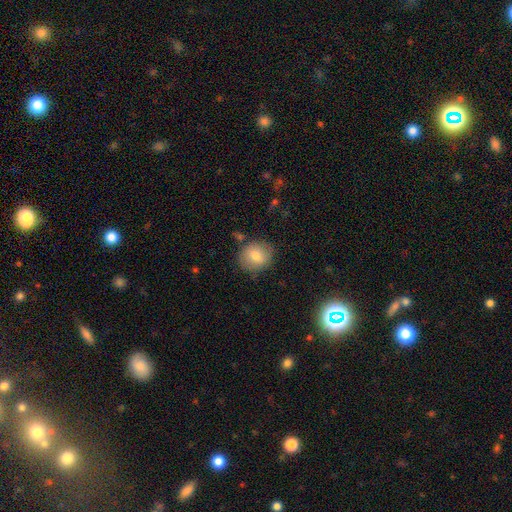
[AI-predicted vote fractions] A smooth galaxy with no disk features (77%) that is round (79%). Merging: none (80%).